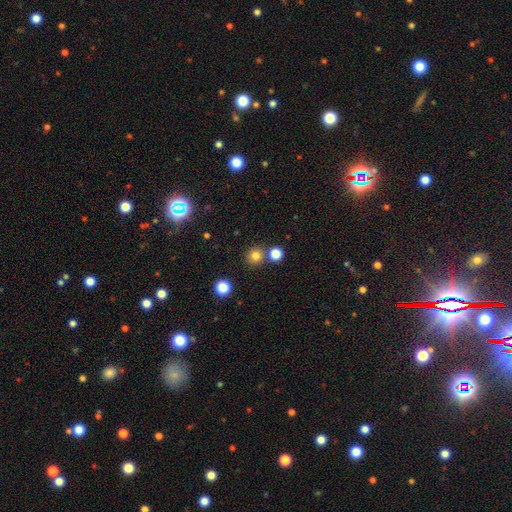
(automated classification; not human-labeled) A smooth galaxy with no disk features (79%) that is round (92%). Merging: none (75%).